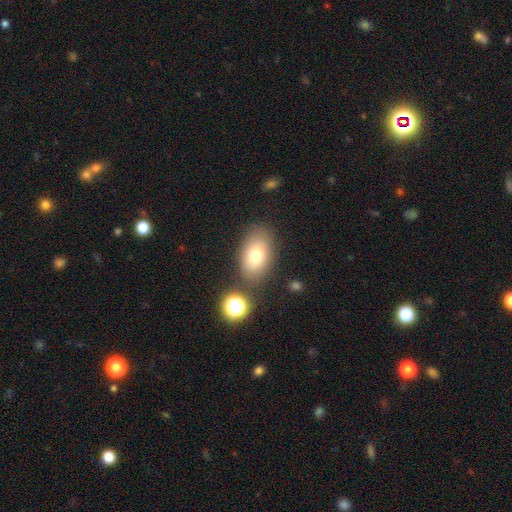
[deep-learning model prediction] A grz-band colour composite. It shows a smooth galaxy with no disk features (74%) that is in between round and cigar-shaped (86%). Merging: none (78%).